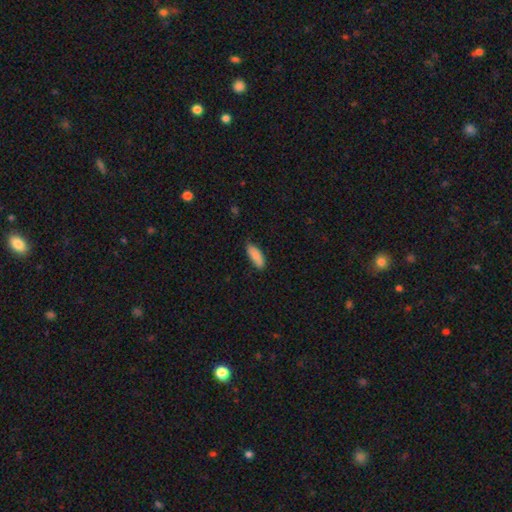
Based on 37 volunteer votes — Smooth or featured? smooth (84%)
How rounded? in between (77%)
Merging? none (66%)